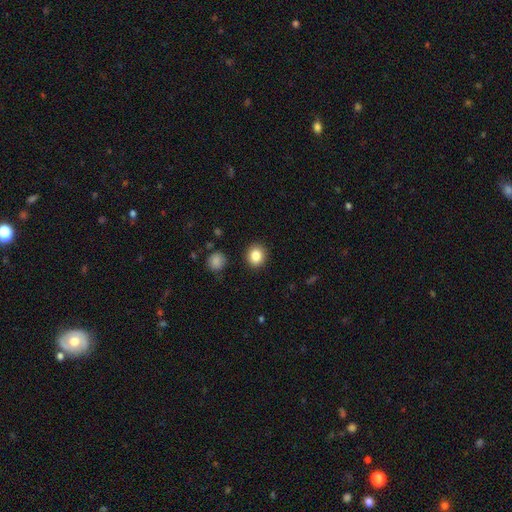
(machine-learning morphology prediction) Smooth or featured: smooth — 86% (star or artifact — 9%)
How rounded: round — 73% (in between — 26%)
Merging: none — 90% (minor disturbance — 7%)